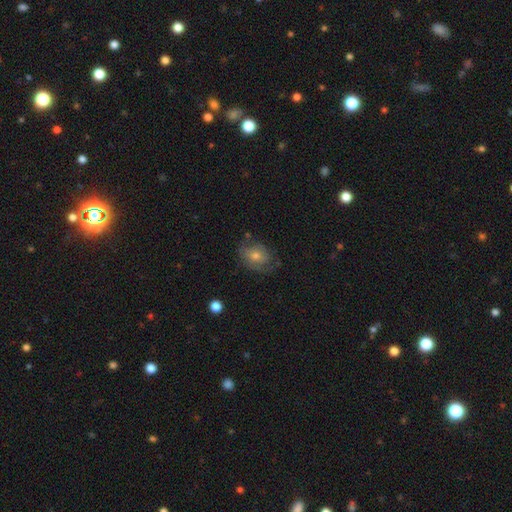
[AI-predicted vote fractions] smooth 48%, featured or disk 41%, star or artifact 11%. Down the decision tree: merging — none (63%).